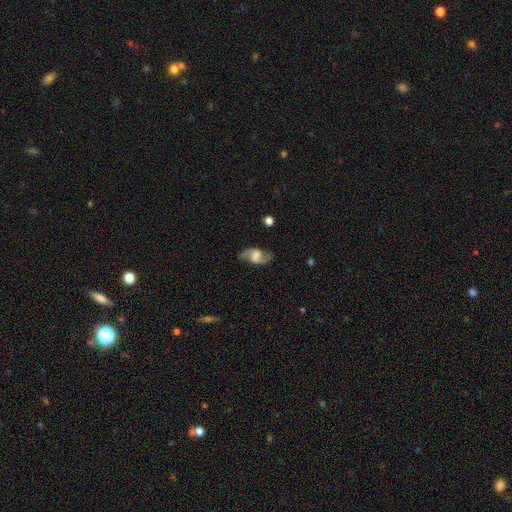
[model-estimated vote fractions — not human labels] featured or disk 76%, smooth 16%, star or artifact 7%. Down the decision tree: edge-on disk — no (96%); bar — weak (49%); spiral arms — yes (93%); spiral arm count — 2 (92%); spiral winding — loose (53%); bulge size — none (36%); merging — none (77%).